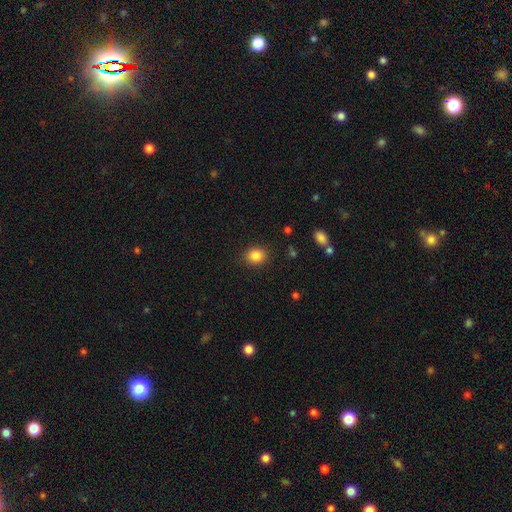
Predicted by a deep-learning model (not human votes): A smooth galaxy with no disk features (86%) that is round (58%). Merging: none (87%).